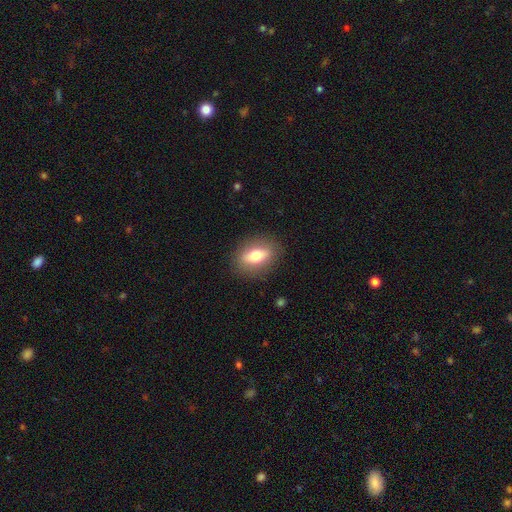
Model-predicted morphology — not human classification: Smooth or featured: smooth — 69% (featured or disk — 24%)
How rounded: in between — 75% (round — 17%)
Merging: none — 86% (minor disturbance — 9%)